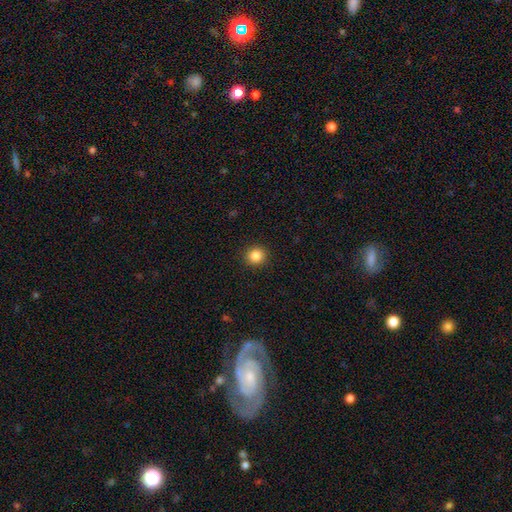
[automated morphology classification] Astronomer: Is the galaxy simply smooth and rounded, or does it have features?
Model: smooth — 85%.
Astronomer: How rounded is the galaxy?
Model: round — 92%.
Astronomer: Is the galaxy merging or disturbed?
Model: none — 92%.